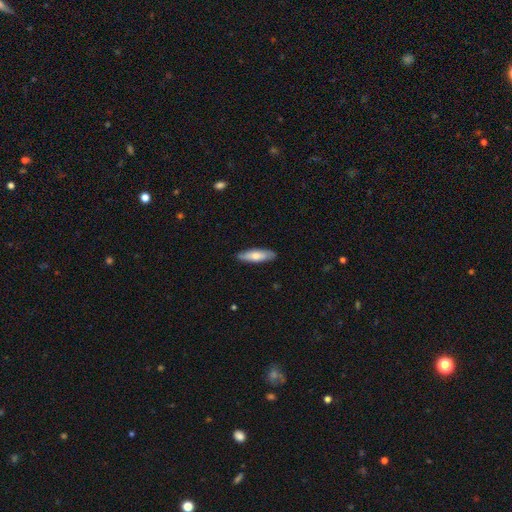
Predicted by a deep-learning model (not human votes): Smooth or featured? Predicted: smooth (p=0.67). How rounded? Predicted: cigar-shaped (p=0.55). Merging? Predicted: none (p=0.87).